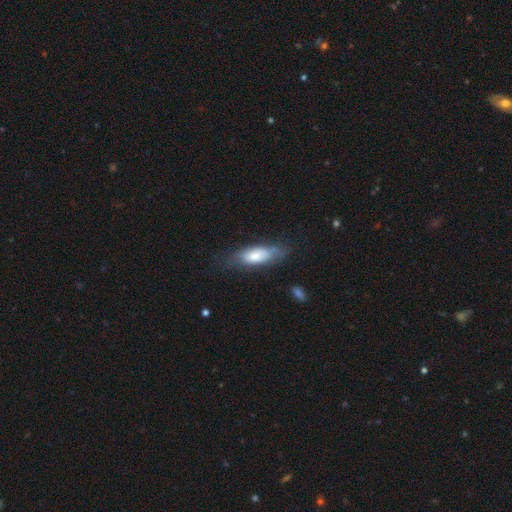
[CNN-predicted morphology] Smooth or featured? smooth (61%)
How rounded? in between (52%)
Merging? none (68%)